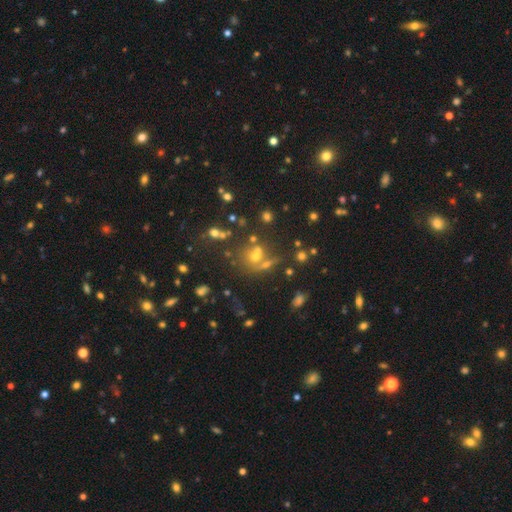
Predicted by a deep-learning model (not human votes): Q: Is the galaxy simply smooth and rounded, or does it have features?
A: smooth — 48%.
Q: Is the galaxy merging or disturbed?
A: none — 51%.